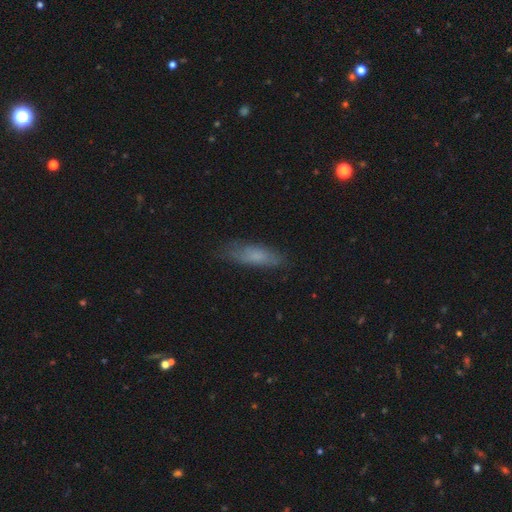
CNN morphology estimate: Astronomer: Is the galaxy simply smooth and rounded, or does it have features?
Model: smooth — 71%.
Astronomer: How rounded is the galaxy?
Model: cigar-shaped — 51% (runner-up: in between, 47%).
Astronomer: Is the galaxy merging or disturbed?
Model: none — 75%.